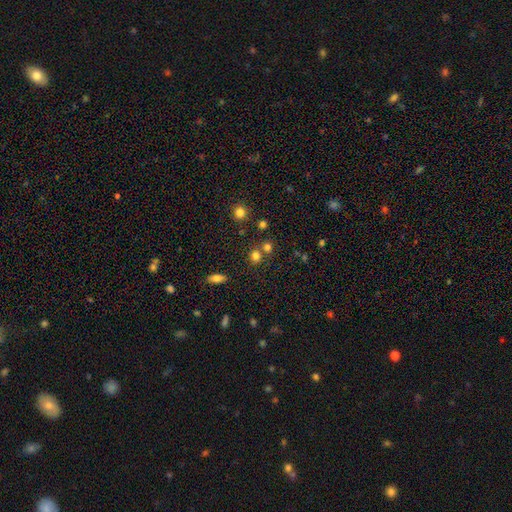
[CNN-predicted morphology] This is likely a smooth galaxy (76%). How rounded: clearly round (82%). Merging: likely none (61%).